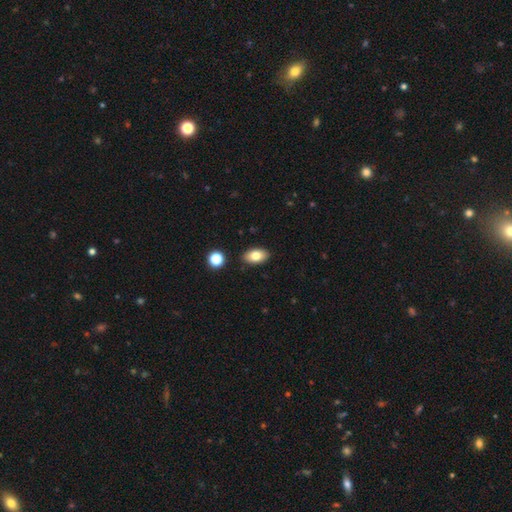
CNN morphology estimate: Smooth or featured?
  - smooth: 80% *
  - featured or disk: 12%
  - star or artifact: 8%
How rounded?
  - in between: 90% *
  - round: 7%
  - cigar-shaped: 2%
Merging?
  - none: 87% *
  - minor disturbance: 9%
  - merger: 2%
  - major disturbance: 2%